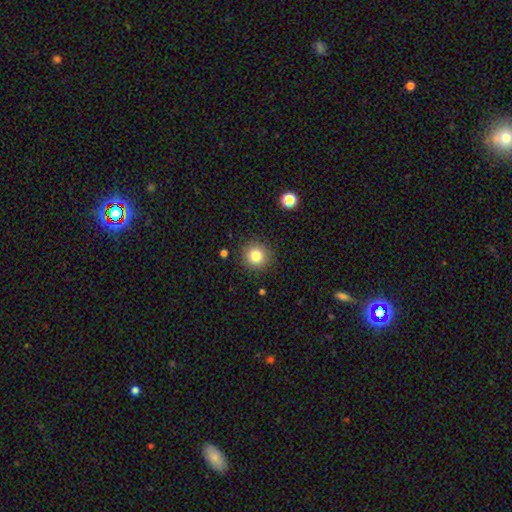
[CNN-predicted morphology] type=smooth (82%); roundness=round (94%); merging=none (89%).